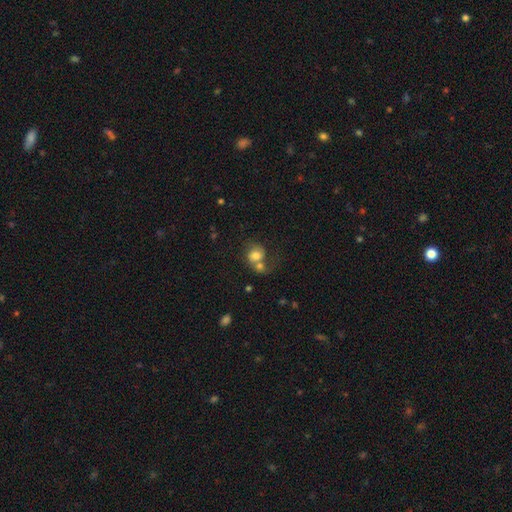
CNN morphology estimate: Smooth or featured? Predicted: smooth (p=0.63). How rounded? Predicted: round (p=0.70). Merging? Predicted: merger (p=0.53).